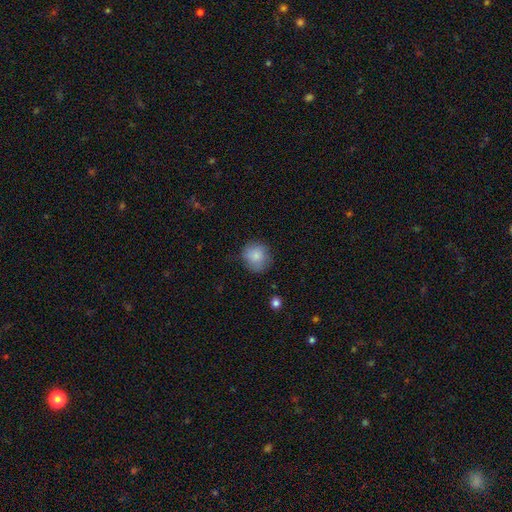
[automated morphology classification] This is clearly a smooth galaxy (83%). How rounded: clearly round (87%). Merging: likely none (72%).